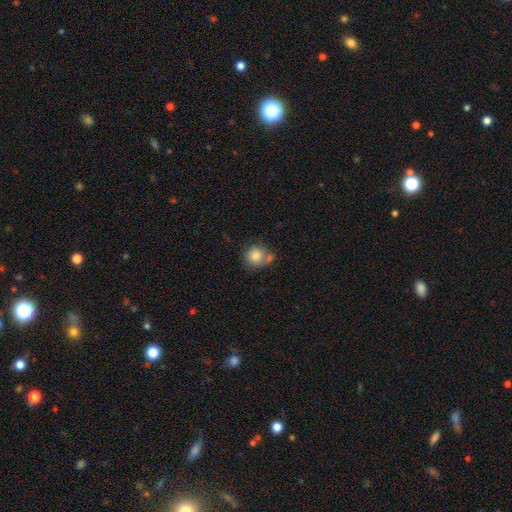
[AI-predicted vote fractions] Smooth or featured? smooth (81%)
How rounded? round (86%)
Merging? none (50%)